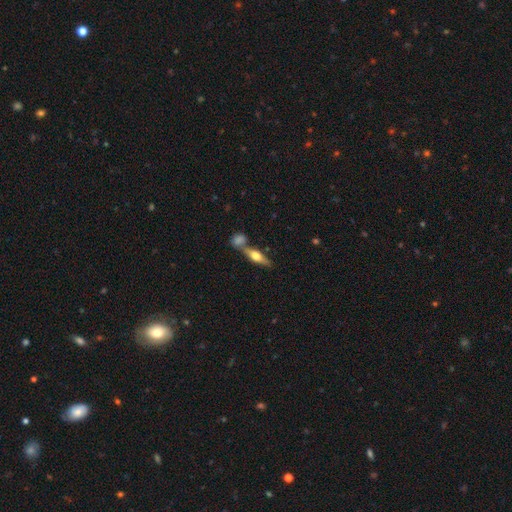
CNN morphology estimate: Smooth or featured? featured or disk (52%)
Edge-on disk? yes (91%)
Merging? none (59%)